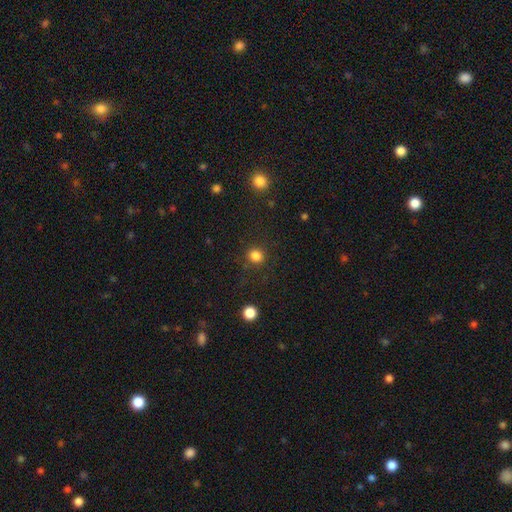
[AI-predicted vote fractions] Smooth or featured: smooth — 83% (star or artifact — 13%)
How rounded: round — 86% (in between — 13%)
Merging: none — 86% (minor disturbance — 8%)